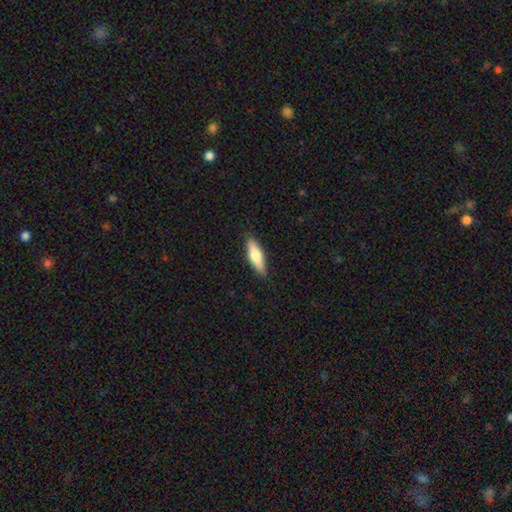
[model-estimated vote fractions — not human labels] smooth-or-featured: smooth: 62% | featured or disk: 32% | star or artifact: 6%
  how-rounded: cigar-shaped: 58% | in between: 40% | round: 2%
  merging: none: 88% | minor disturbance: 9% | major disturbance: 2% | merger: 1%